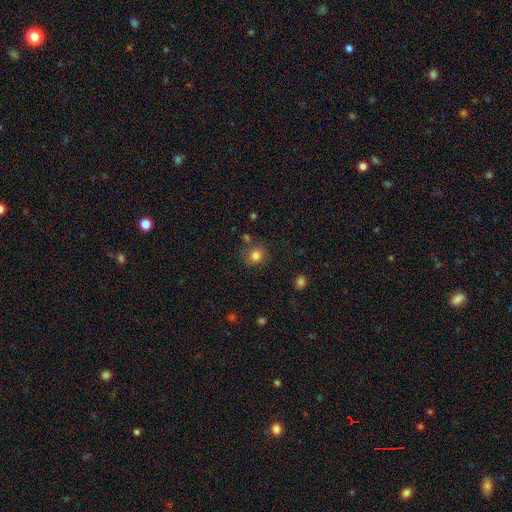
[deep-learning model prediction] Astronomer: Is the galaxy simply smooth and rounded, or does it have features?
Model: smooth — 83%.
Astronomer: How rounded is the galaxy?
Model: round — 82%.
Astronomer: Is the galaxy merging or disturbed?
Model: none — 77%.